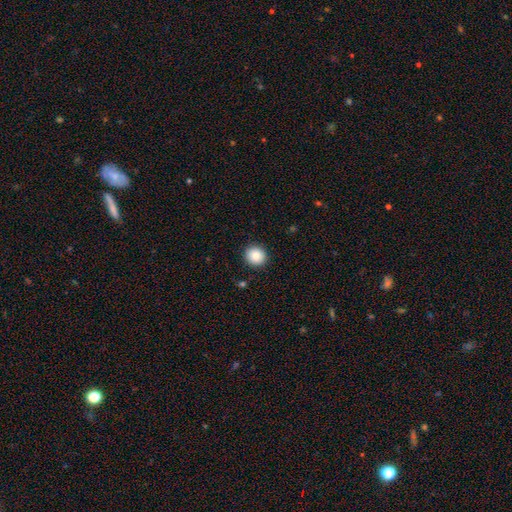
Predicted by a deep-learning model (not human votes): This is clearly a smooth galaxy (86%). How rounded: clearly round (90%). Merging: clearly none (91%).